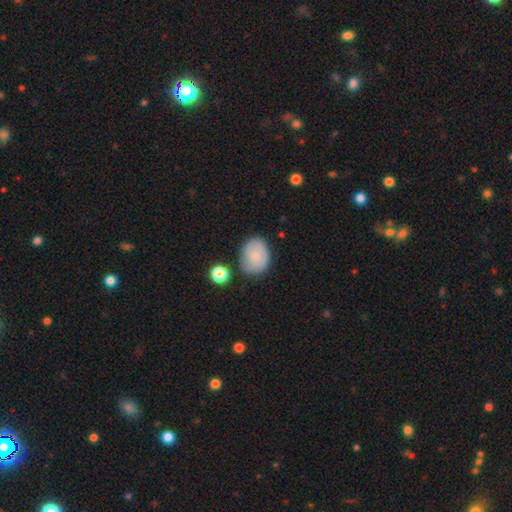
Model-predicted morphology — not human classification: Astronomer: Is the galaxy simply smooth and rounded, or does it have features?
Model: smooth — 75%.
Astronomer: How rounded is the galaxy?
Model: in between — 54% (runner-up: round, 45%).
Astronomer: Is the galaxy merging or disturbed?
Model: none — 72%.